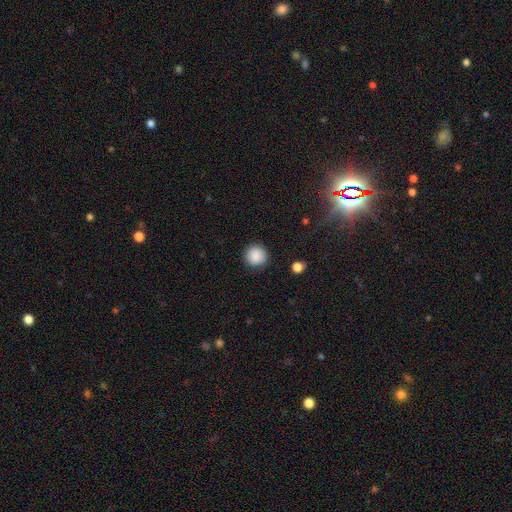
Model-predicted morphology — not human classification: Smooth or featured?
  - smooth: 87% *
  - star or artifact: 9%
  - featured or disk: 4%
How rounded?
  - round: 93% *
  - in between: 6%
  - cigar-shaped: 1%
Merging?
  - none: 88% *
  - minor disturbance: 9%
  - major disturbance: 2%
  - merger: 1%